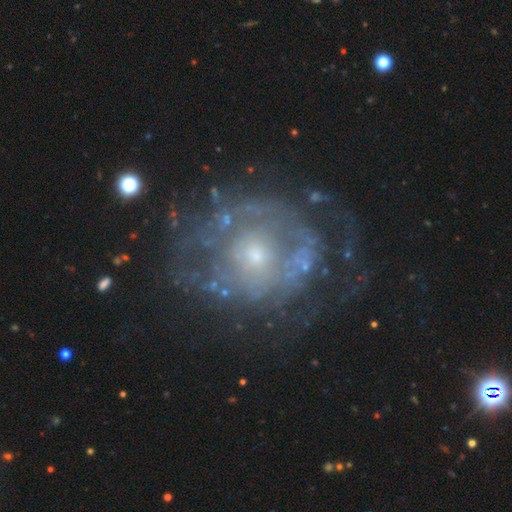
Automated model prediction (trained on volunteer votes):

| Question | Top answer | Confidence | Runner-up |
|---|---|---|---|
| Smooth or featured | featured or disk | 76% | smooth (14%) |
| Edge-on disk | no | 97% | yes (3%) |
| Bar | no | 84% | weak (13%) |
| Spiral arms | yes | 61% | no (39%) |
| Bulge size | small | 65% | moderate (28%) |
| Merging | none | 60% | major disturbance (19%) |